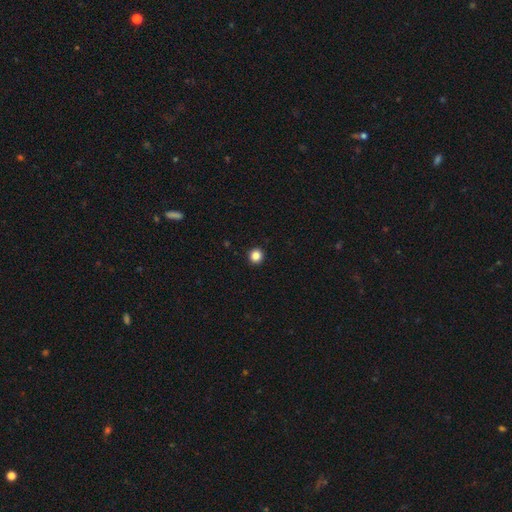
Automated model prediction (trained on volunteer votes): smooth-or-featured: smooth: 85% | star or artifact: 11% | featured or disk: 3%
  how-rounded: round: 93% | in between: 6% | cigar-shaped: 1%
  merging: none: 94% | minor disturbance: 4% | major disturbance: 1% | merger: 1%